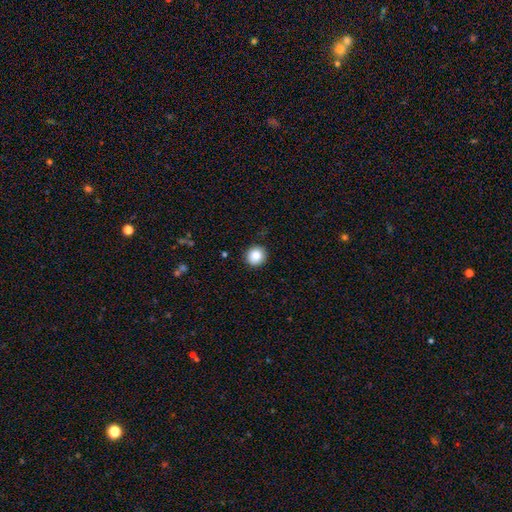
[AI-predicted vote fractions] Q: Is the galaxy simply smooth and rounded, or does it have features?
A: smooth — 86%.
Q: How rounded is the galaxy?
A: round — 92%.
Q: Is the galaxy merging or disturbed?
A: none — 91%.